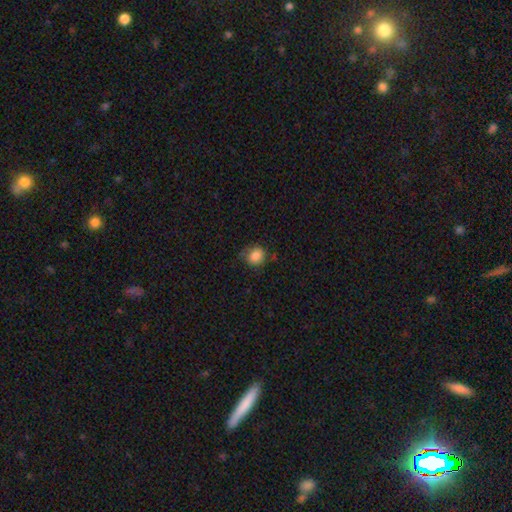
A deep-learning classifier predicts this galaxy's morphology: type=smooth (85%); roundness=round (74%); merging=none (66%).